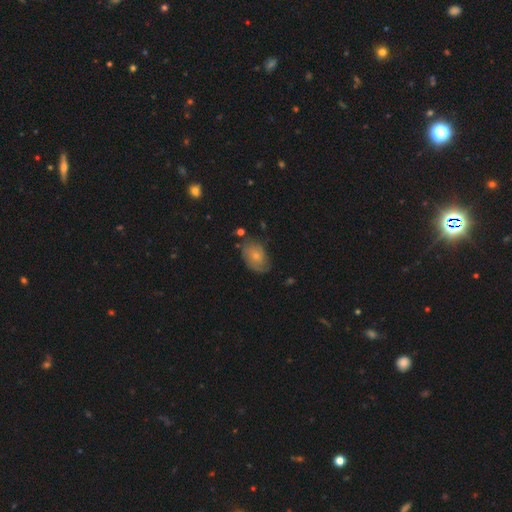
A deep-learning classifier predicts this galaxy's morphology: This is possibly a smooth galaxy (58%). How rounded: clearly in between (84%). Merging: likely none (60%).